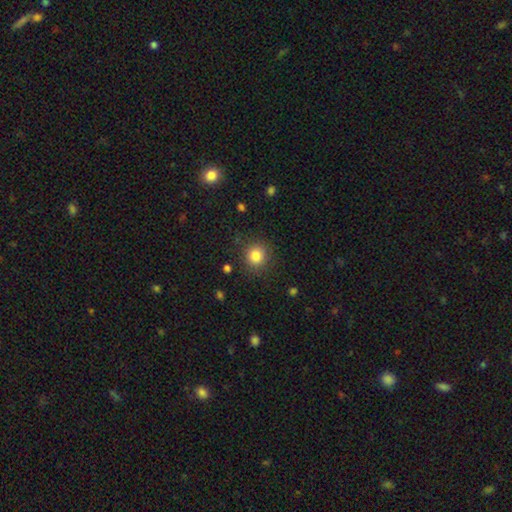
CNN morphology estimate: Smooth or featured?
  - smooth: 84% *
  - star or artifact: 11%
  - featured or disk: 5%
How rounded?
  - round: 91% *
  - in between: 8%
  - cigar-shaped: 1%
Merging?
  - none: 87% *
  - minor disturbance: 8%
  - major disturbance: 3%
  - merger: 2%